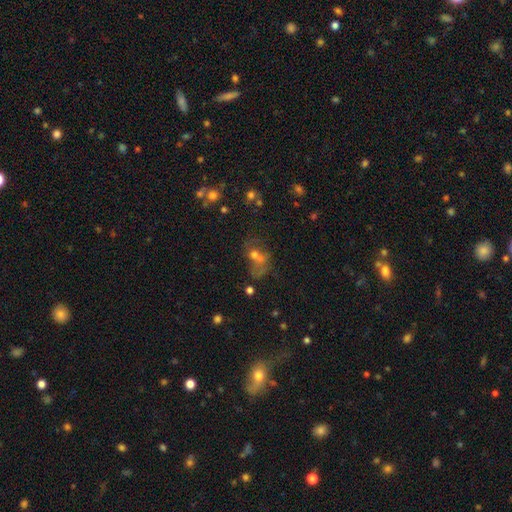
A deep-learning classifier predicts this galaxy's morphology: This appears to be a star or artifact, not a galaxy (36%).